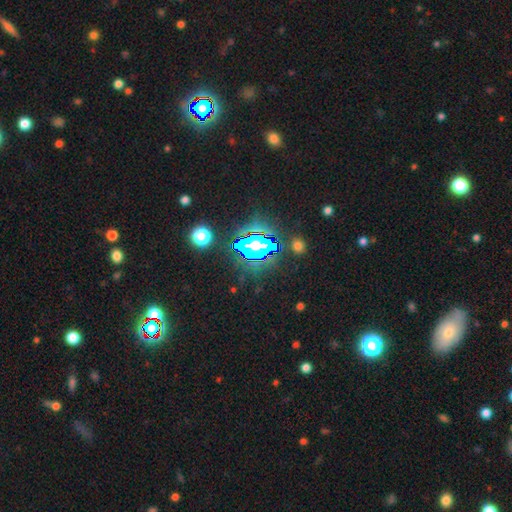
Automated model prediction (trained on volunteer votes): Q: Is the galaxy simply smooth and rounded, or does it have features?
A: star or artifact — 81%.